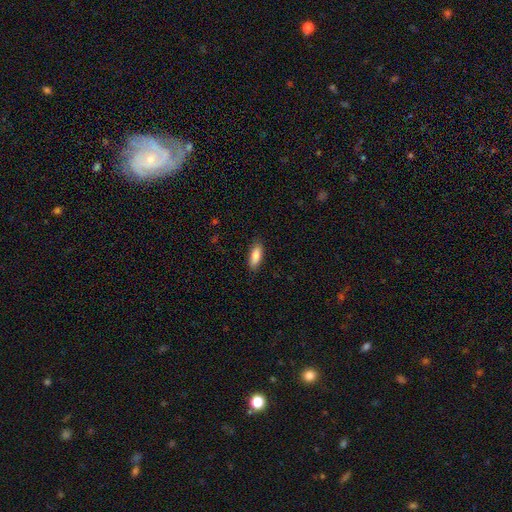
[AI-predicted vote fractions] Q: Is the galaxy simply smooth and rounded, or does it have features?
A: smooth — 85%.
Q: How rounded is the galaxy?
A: in between — 71%.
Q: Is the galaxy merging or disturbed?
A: none — 87%.